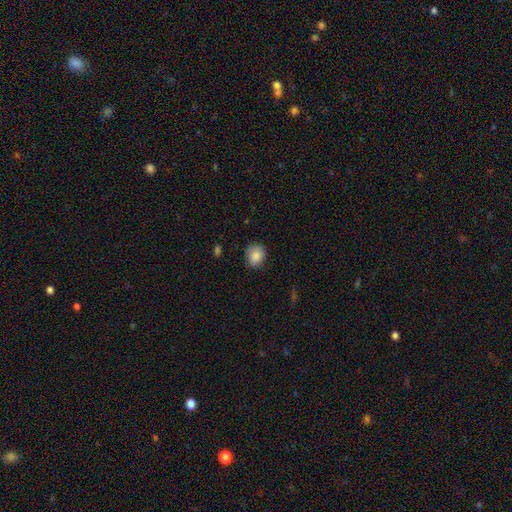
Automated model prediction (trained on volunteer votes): Smooth or featured? Predicted: smooth (p=0.86). How rounded? Predicted: round (p=0.60). Merging? Predicted: none (p=0.72).